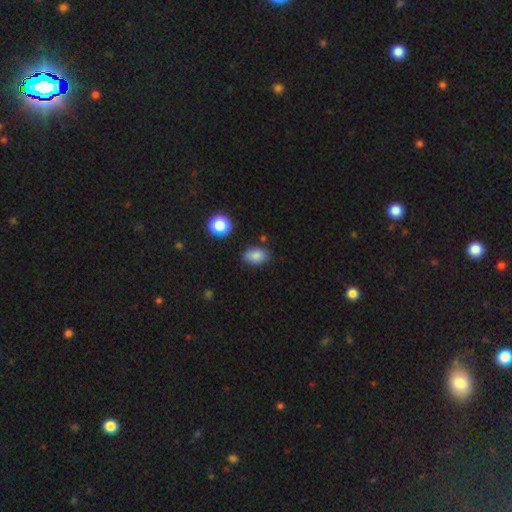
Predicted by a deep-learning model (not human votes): smooth 85%, star or artifact 9%, featured or disk 5%. Down the decision tree: how rounded — in between (86%); merging — none (79%).